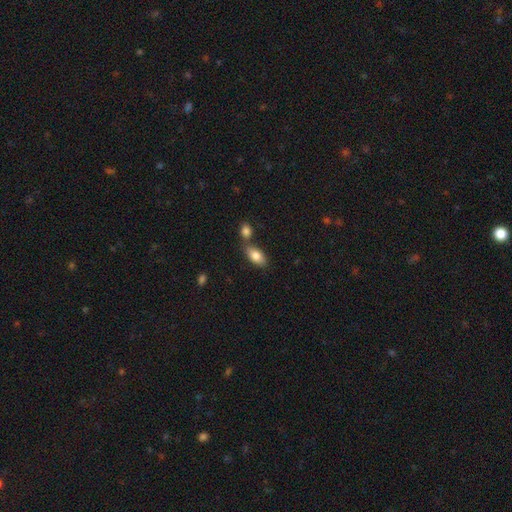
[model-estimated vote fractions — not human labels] smooth_or_featured: smooth (p=0.81) [alt: featured or disk p=0.12]
how_rounded: in between (p=0.89) [alt: cigar-shaped p=0.06]
merging: none (p=0.59) [alt: merger p=0.27]